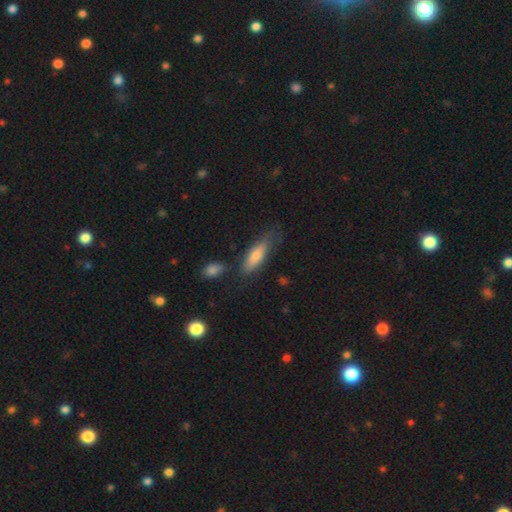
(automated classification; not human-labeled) smooth_or_featured: smooth (p=0.76) [alt: featured or disk p=0.18]
how_rounded: cigar-shaped (p=0.51) [alt: in between p=0.47]
merging: none (p=0.62) [alt: minor disturbance p=0.24]